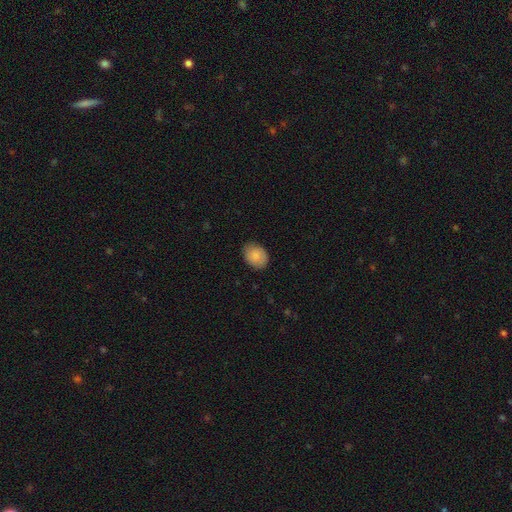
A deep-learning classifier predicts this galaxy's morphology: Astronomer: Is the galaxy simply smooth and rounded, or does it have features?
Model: smooth — 85%.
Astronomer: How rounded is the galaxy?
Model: in between — 64%.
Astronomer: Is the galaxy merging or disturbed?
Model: none — 83%.